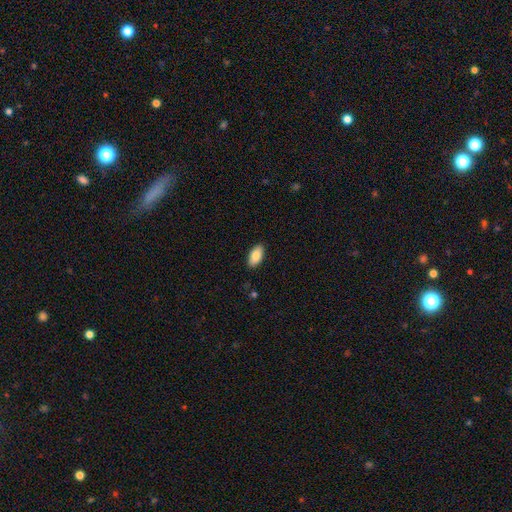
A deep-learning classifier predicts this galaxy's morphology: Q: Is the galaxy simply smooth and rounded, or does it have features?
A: smooth — 84%.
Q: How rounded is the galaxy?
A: in between — 93%.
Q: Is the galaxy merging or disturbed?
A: none — 89%.